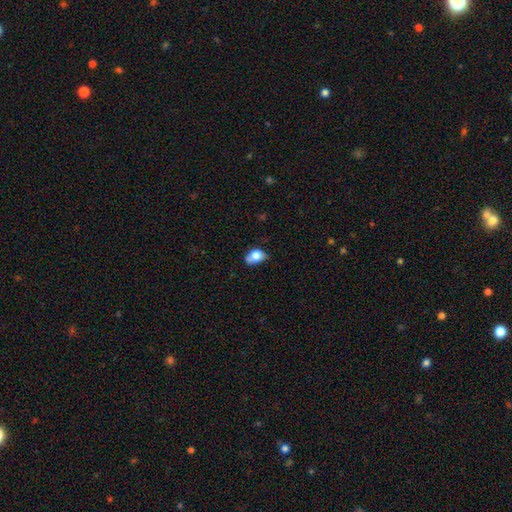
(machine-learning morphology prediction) Q: Smooth or featured?
A: smooth (78%); runner-up: featured or disk (13%)
Q: How rounded?
A: in between (75%); runner-up: round (23%)
Q: Merging?
A: minor disturbance (43%); runner-up: none (37%)